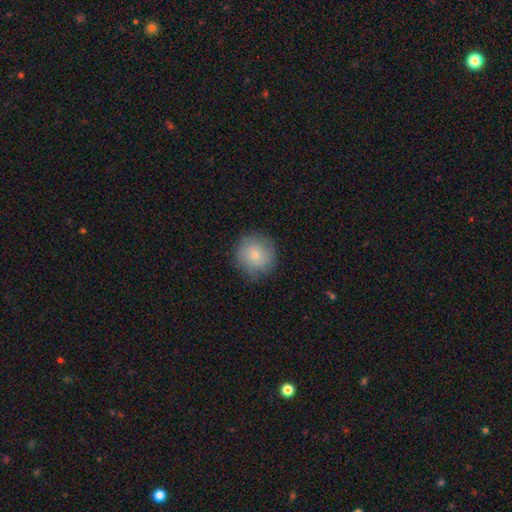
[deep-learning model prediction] Smooth or featured: smooth — 79% (featured or disk — 13%)
How rounded: round — 93% (in between — 6%)
Merging: none — 84% (minor disturbance — 12%)